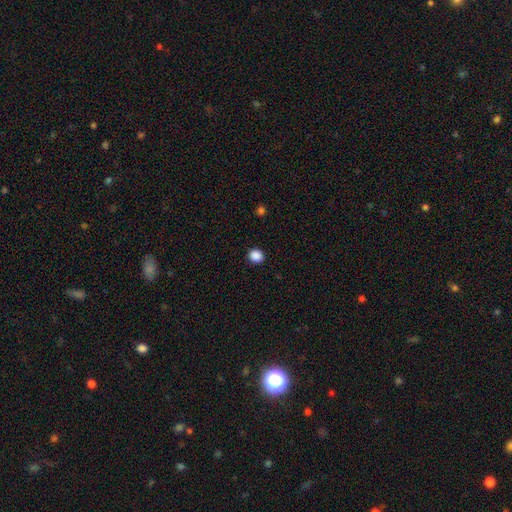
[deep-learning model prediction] Q: Smooth or featured?
A: smooth (88%); runner-up: star or artifact (10%)
Q: How rounded?
A: round (73%); runner-up: in between (26%)
Q: Merging?
A: none (91%); runner-up: minor disturbance (6%)